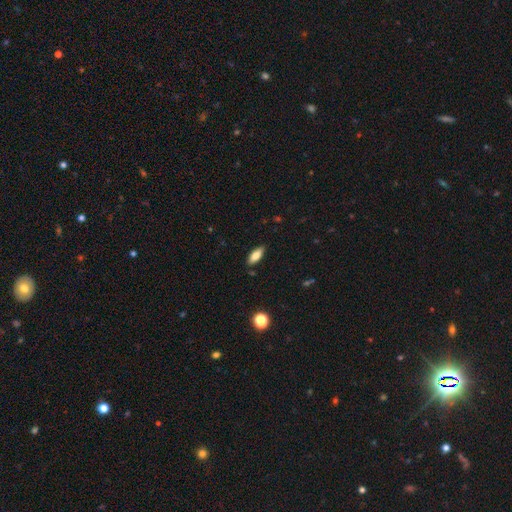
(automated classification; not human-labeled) Smooth or featured?
  - smooth: 81% *
  - featured or disk: 12%
  - star or artifact: 7%
How rounded?
  - in between: 76% *
  - cigar-shaped: 22%
  - round: 2%
Merging?
  - none: 86% *
  - minor disturbance: 11%
  - major disturbance: 2%
  - merger: 1%